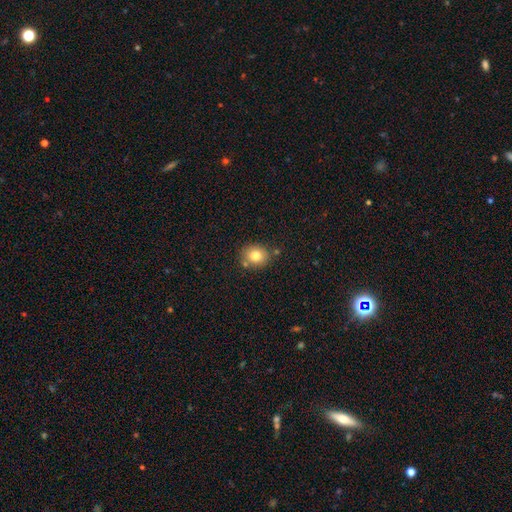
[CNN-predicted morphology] Smooth or featured: smooth — 78% (featured or disk — 11%)
How rounded: round — 74% (in between — 25%)
Merging: none — 75% (minor disturbance — 12%)